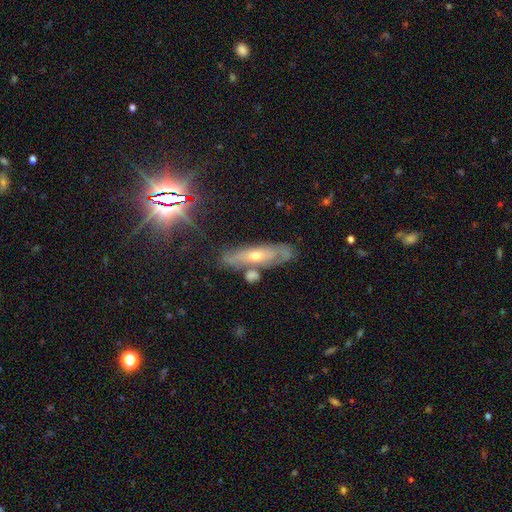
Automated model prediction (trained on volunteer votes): smooth-or-featured: featured or disk: 60% | smooth: 22% | star or artifact: 18%
  disk-edge-on: no: 58% | yes: 42%
  merging: none: 69% | minor disturbance: 17% | merger: 9% | major disturbance: 6%